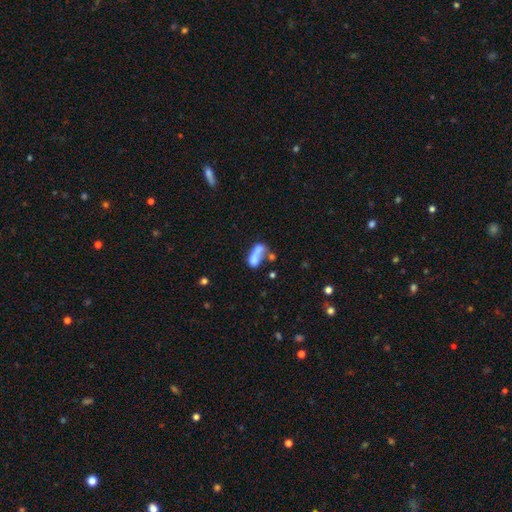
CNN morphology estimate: smooth-or-featured: smooth: 63% | featured or disk: 26% | star or artifact: 11%
  how-rounded: in between: 74% | cigar-shaped: 16% | round: 10%
  merging: merger: 54% | none: 20% | major disturbance: 15% | minor disturbance: 11%